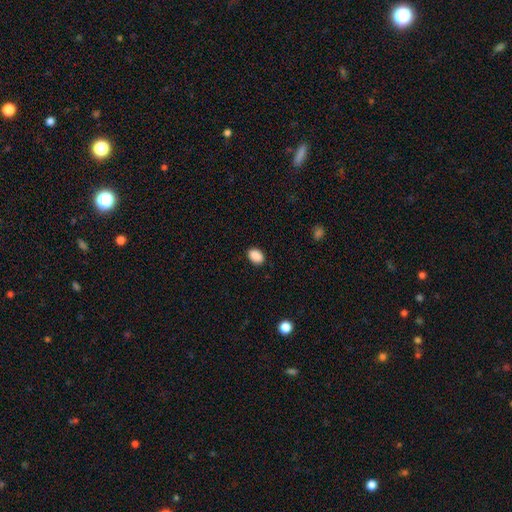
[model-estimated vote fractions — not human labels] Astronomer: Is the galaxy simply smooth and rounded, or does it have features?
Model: smooth — 90%.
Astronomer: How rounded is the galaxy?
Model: in between — 82%.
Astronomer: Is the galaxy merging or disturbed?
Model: none — 89%.